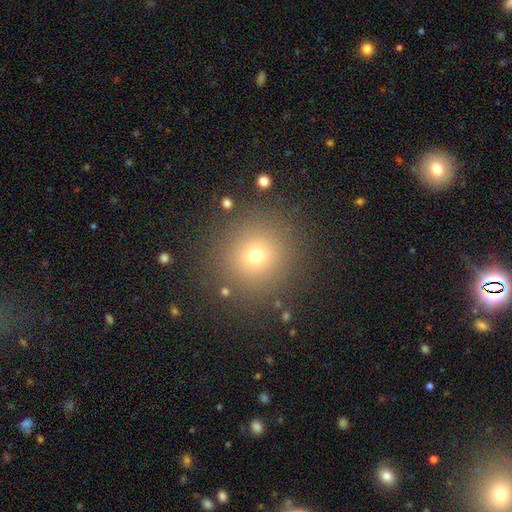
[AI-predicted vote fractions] Smooth or featured? smooth (72%)
How rounded? round (93%)
Merging? none (87%)